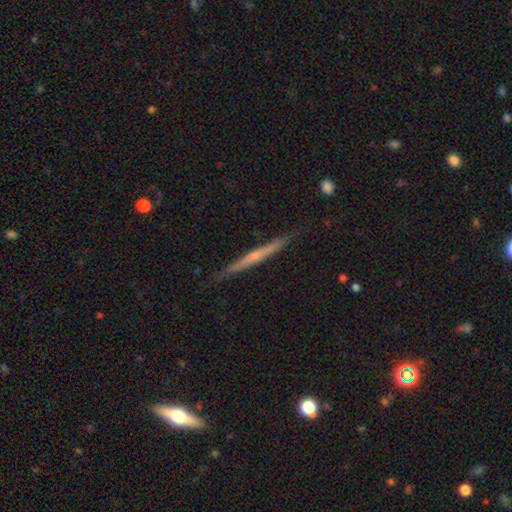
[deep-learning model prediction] smooth_or_featured: featured or disk (p=0.63) [alt: smooth p=0.30]
disk_edge_on: yes (p=0.98) [alt: no p=0.02]
edge_on_bulge: none (p=0.64) [alt: rounded p=0.30]
merging: none (p=0.88) [alt: minor disturbance p=0.09]